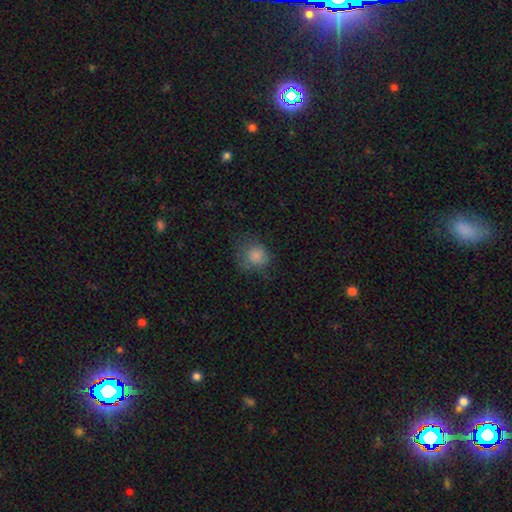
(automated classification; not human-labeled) Smooth or featured? smooth (82%)
How rounded? round (81%)
Merging? none (63%)